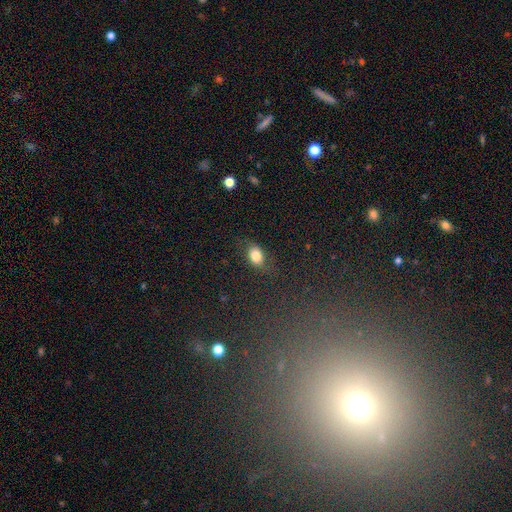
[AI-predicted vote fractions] Morphology: type=smooth (81%); roundness=in between (80%); merging=none (74%).